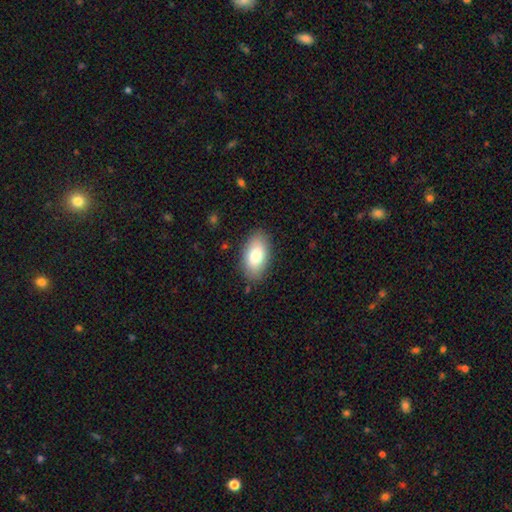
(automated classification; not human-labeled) Smooth or featured? smooth (77%)
How rounded? in between (93%)
Merging? none (86%)